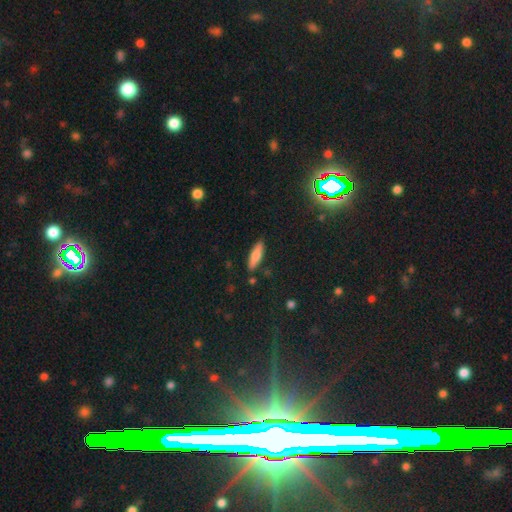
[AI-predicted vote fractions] The model was most divided on "how rounded": cigar-shaped: 65%, in between: 33%, round: 2%. More confident: merging — none (86%); smooth or featured — smooth (73%).